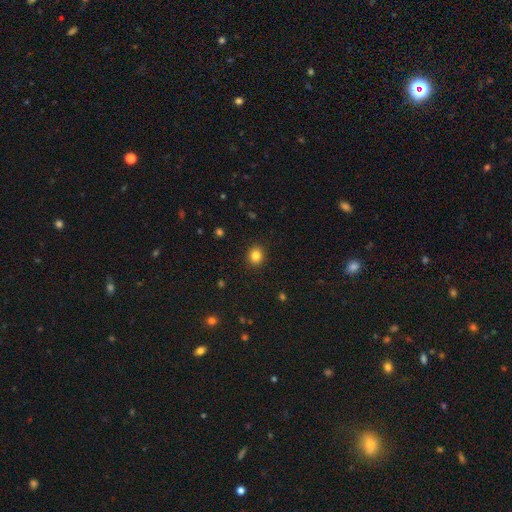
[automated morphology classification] Overall: smooth (84%). How rounded: round (80%). Merging: none (91%).